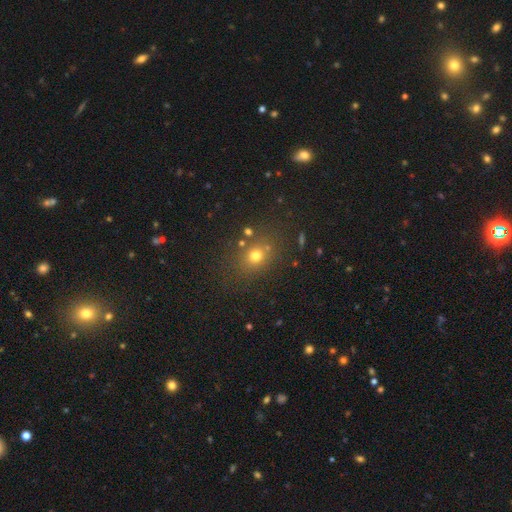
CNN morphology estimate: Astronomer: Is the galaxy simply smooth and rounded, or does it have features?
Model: smooth — 71%.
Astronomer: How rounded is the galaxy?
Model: round — 67%.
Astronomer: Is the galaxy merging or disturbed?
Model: none — 76%.